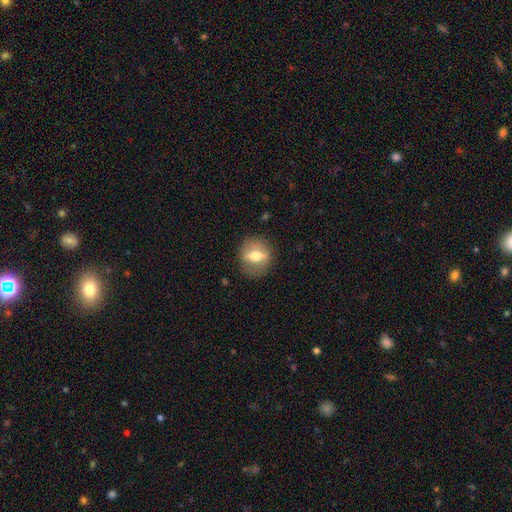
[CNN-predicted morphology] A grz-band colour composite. It shows a featured or disk galaxy (49%). Merging: none (84%).